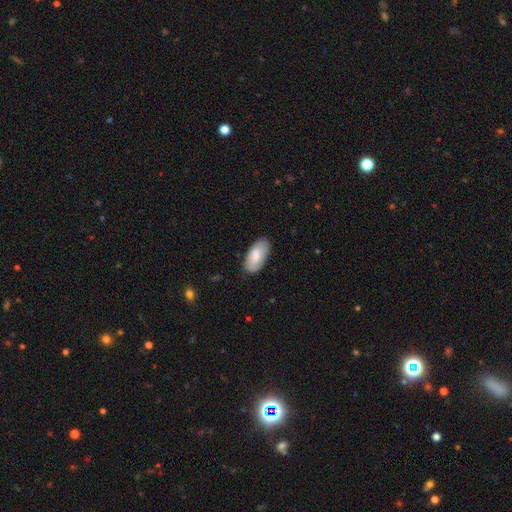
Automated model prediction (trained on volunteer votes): Overall: smooth (77%). How rounded: in between (94%). Merging: none (79%).